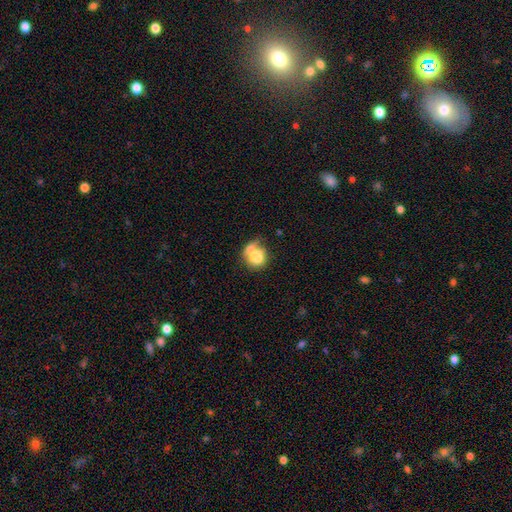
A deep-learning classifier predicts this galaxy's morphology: smooth-or-featured: smooth: 70% | featured or disk: 21% | star or artifact: 9%
  how-rounded: round: 57% | in between: 42% | cigar-shaped: 1%
  merging: merger: 54% | none: 27% | minor disturbance: 11% | major disturbance: 8%